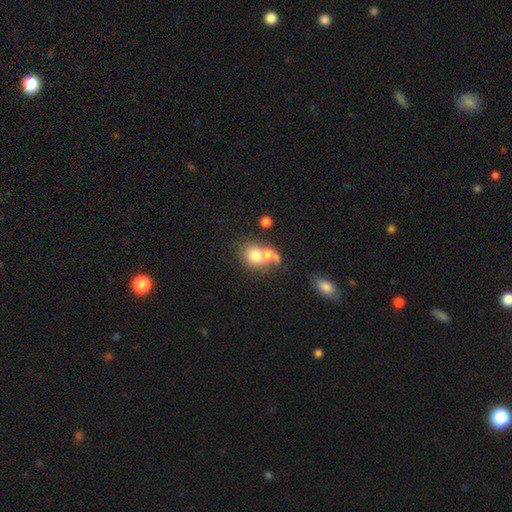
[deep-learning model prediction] This appears to be a smooth galaxy with no disk features (70%) that is round (59%). Merging: merger (65%).